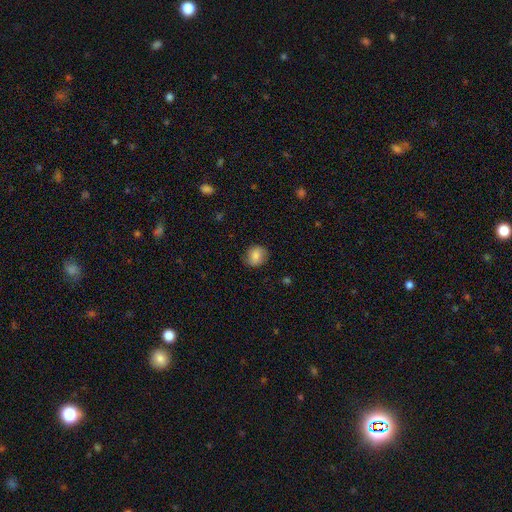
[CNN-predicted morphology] Smooth or featured?
  - smooth: 78% *
  - featured or disk: 14%
  - star or artifact: 8%
How rounded?
  - round: 73% *
  - in between: 26%
  - cigar-shaped: 1%
Merging?
  - none: 83% *
  - minor disturbance: 13%
  - major disturbance: 3%
  - merger: 1%